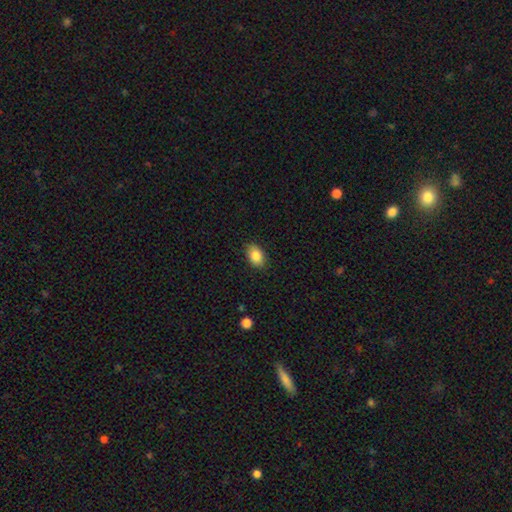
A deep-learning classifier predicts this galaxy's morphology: smooth 85%, star or artifact 8%, featured or disk 7%. Down the decision tree: how rounded — in between (85%); merging — none (86%).